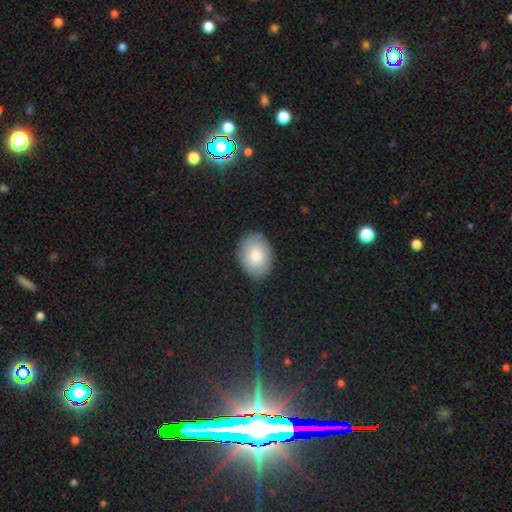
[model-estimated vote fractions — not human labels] Smooth or featured? smooth (82%)
How rounded? in between (73%)
Merging? none (84%)